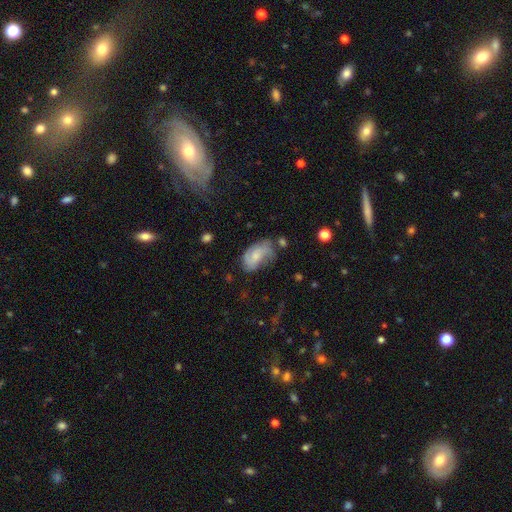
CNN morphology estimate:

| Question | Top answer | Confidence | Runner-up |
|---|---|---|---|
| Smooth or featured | smooth | 52% | featured or disk (40%) |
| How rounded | in between | 90% | round (8%) |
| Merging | none | 40% | minor disturbance (34%) |